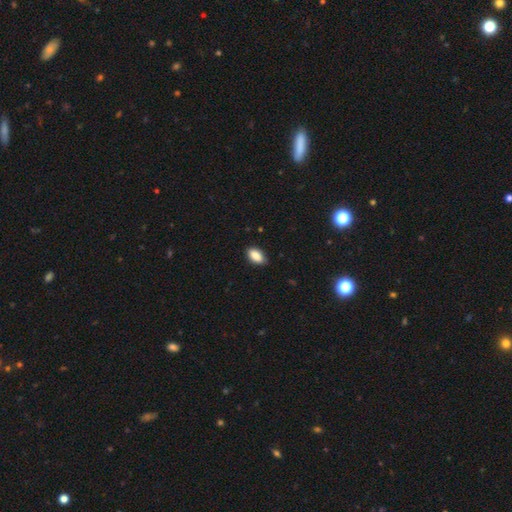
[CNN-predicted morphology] A smooth galaxy with no disk features (89%) that is in between round and cigar-shaped (93%).

Vote fractions:
- Smooth or featured? smooth: 89% / star or artifact: 7% / featured or disk: 4%
- How rounded? in between: 93% / round: 4% / cigar-shaped: 3%
- Merging? none: 86% / minor disturbance: 11% / major disturbance: 2% / merger: 1%